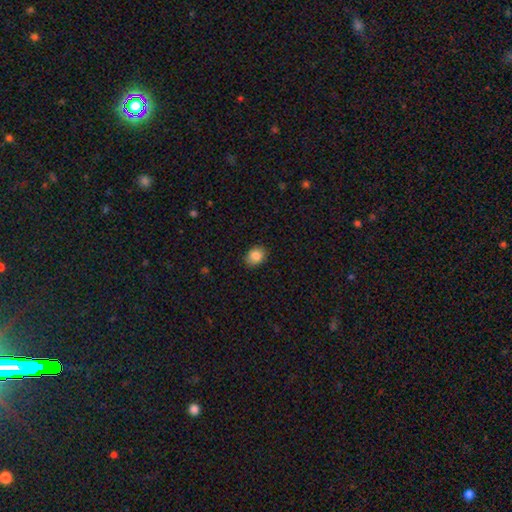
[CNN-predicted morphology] A smooth galaxy with no disk features (87%) that is in between round and cigar-shaped (58%). Merging: none (87%).